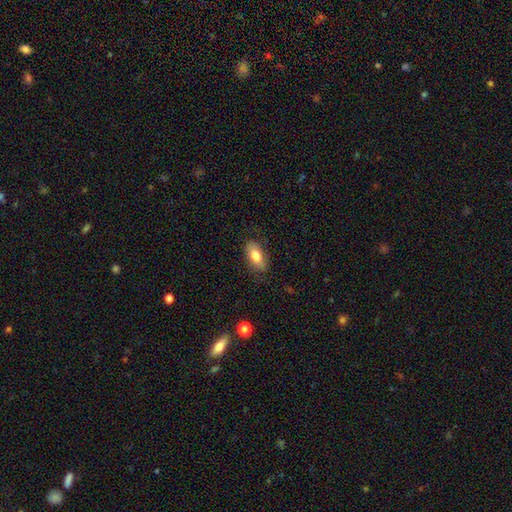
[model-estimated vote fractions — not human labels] Morphology: type=smooth (77%); roundness=in between (88%); merging=none (80%).